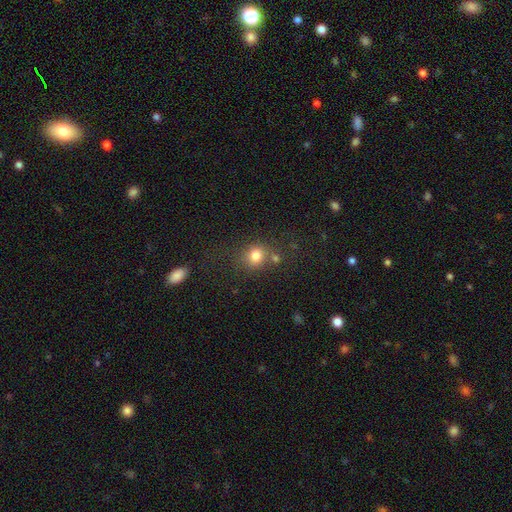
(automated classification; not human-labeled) A smooth galaxy with no disk features (78%) that is round (72%). Merging: none (62%).